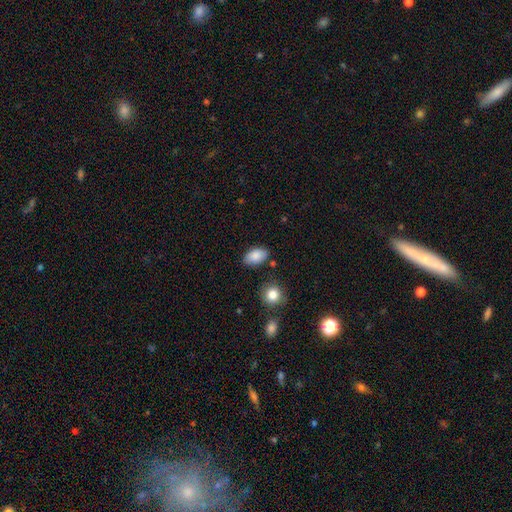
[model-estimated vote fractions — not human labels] Overall: smooth (87%). How rounded: in between (92%). Merging: none (82%).